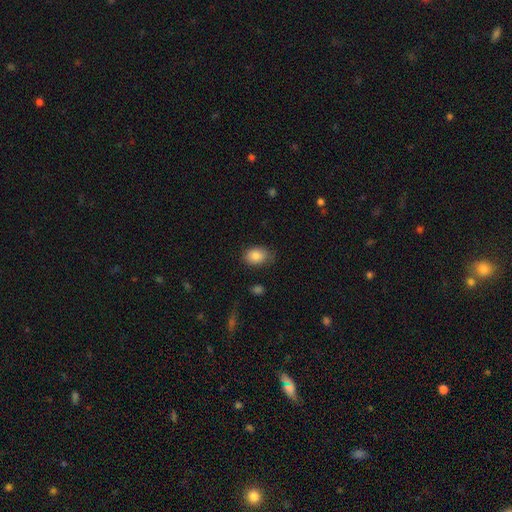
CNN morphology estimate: Smooth or featured? Predicted: smooth (p=0.85). How rounded? Predicted: in between (p=0.75). Merging? Predicted: none (p=0.74).